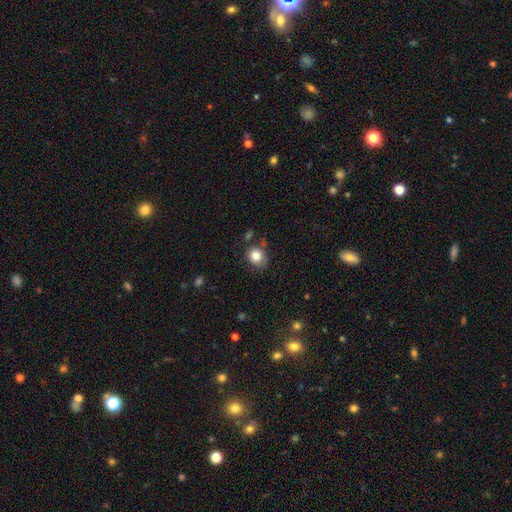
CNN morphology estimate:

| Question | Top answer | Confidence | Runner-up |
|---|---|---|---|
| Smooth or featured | smooth | 82% | star or artifact (10%) |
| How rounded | round | 72% | in between (27%) |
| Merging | none | 74% | minor disturbance (17%) |